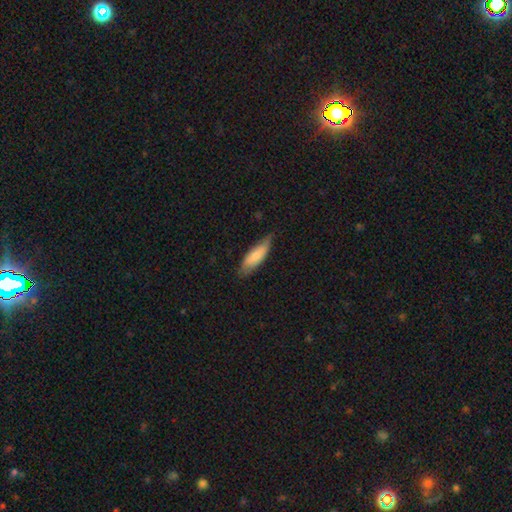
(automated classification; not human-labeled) smooth-or-featured: smooth: 76% | featured or disk: 19% | star or artifact: 5%
  how-rounded: in between: 53% | cigar-shaped: 45% | round: 2%
  merging: none: 71% | minor disturbance: 23% | major disturbance: 4% | merger: 1%